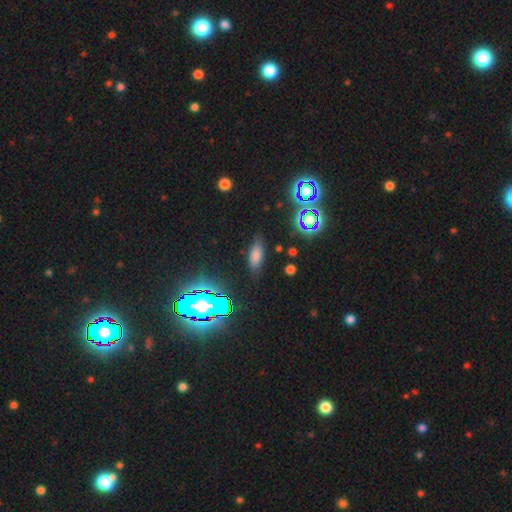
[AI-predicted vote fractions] Smooth or featured: smooth — 68% (star or artifact — 19%)
How rounded: in between — 74% (cigar-shaped — 22%)
Merging: none — 80% (minor disturbance — 14%)